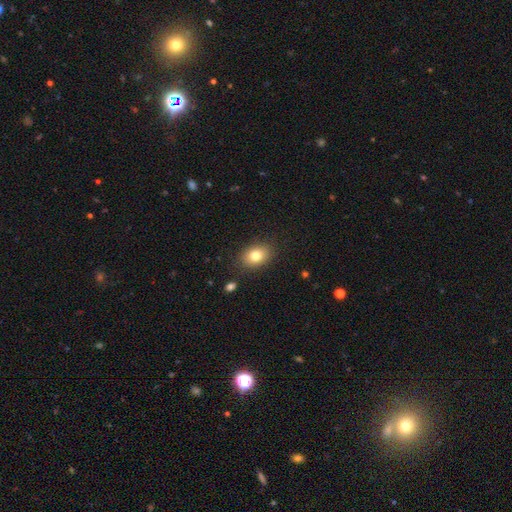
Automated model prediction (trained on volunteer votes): Morphology: type=smooth (80%); roundness=in between (73%); merging=none (86%).